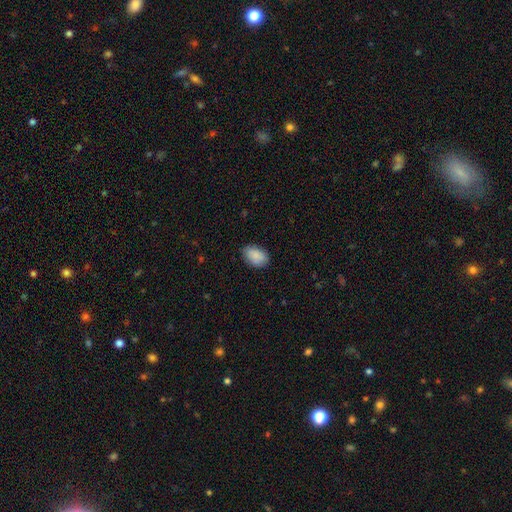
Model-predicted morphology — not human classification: smooth_or_featured: smooth (p=0.89) [alt: star or artifact p=0.06]
how_rounded: in between (p=0.89) [alt: round p=0.09]
merging: none (p=0.82) [alt: minor disturbance p=0.15]